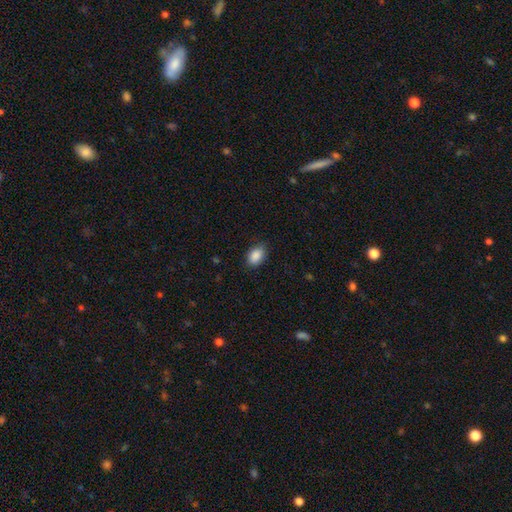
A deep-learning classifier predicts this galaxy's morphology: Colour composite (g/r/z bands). It shows a smooth galaxy with no disk features (89%) that is in between round and cigar-shaped (84%). Merging: none (83%).